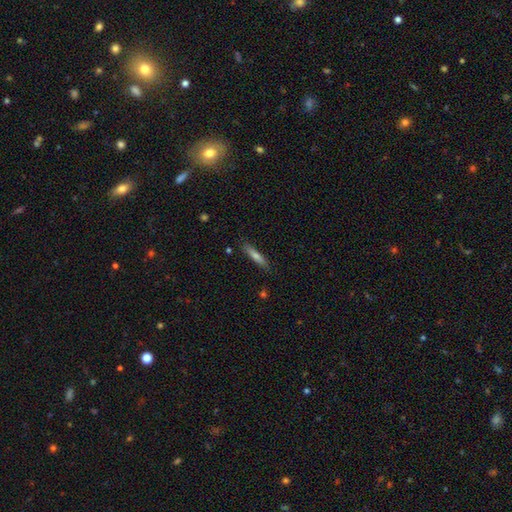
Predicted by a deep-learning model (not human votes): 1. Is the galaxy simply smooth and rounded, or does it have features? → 65% smooth, 28% featured or disk, 8% star or artifact.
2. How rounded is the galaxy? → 87% cigar-shaped, 12% in between, 2% round.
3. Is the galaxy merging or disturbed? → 85% none, 11% minor disturbance, 2% major disturbance, 2% merger.